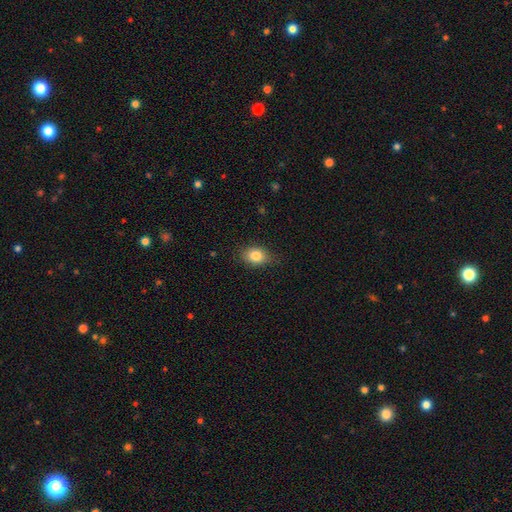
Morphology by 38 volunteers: This appears to be a smooth galaxy with no disk features (84%) that is in between round and cigar-shaped (69%). Merging: none (94%).